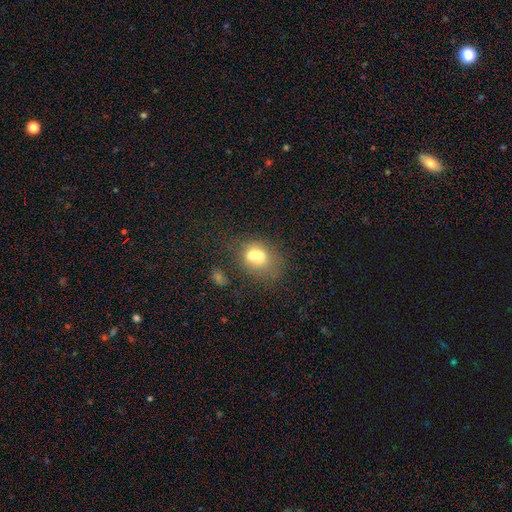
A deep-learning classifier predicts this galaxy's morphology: smooth 61%, featured or disk 28%, star or artifact 11%. Down the decision tree: how rounded — round (56%); merging — merger (62%).